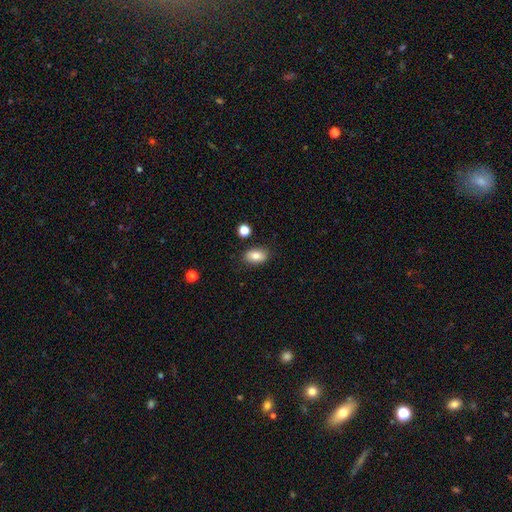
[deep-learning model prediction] The model was most divided on "merging": none: 84%, minor disturbance: 11%, merger: 3%, major disturbance: 2%. More confident: how rounded — in between (89%); smooth or featured — smooth (84%).